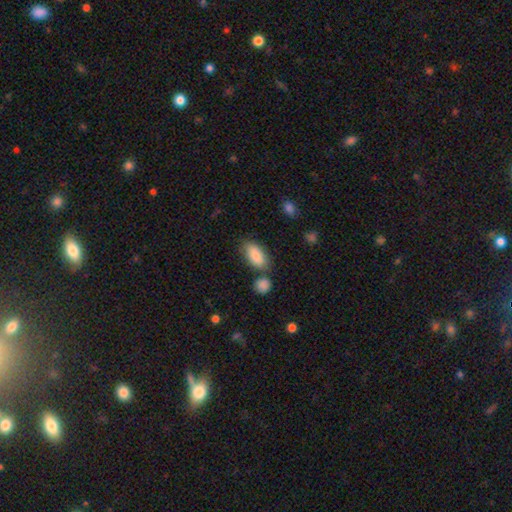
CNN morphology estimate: A smooth galaxy with no disk features (86%) that is in between round and cigar-shaped (91%).

Vote fractions:
- Smooth or featured? smooth: 86% / featured or disk: 8% / star or artifact: 6%
- How rounded? in between: 91% / cigar-shaped: 6% / round: 3%
- Merging? none: 66% / minor disturbance: 15% / merger: 15% / major disturbance: 4%